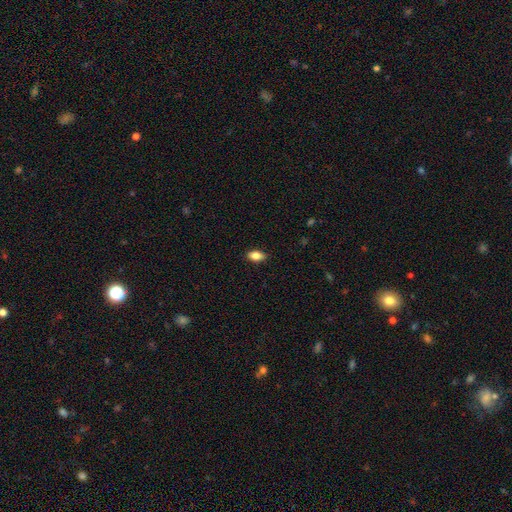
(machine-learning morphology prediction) The model was most divided on "smooth or featured": smooth: 85%, star or artifact: 8%, featured or disk: 7%. More confident: how rounded — in between (89%); merging — none (88%).